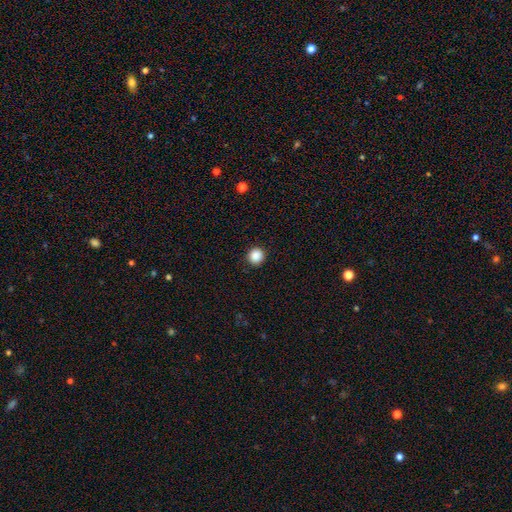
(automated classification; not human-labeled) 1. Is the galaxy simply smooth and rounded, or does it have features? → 88% smooth, 10% star or artifact, 2% featured or disk.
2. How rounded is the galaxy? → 95% round, 5% in between, 1% cigar-shaped.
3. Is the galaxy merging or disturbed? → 92% none, 5% minor disturbance, 2% major disturbance, 1% merger.